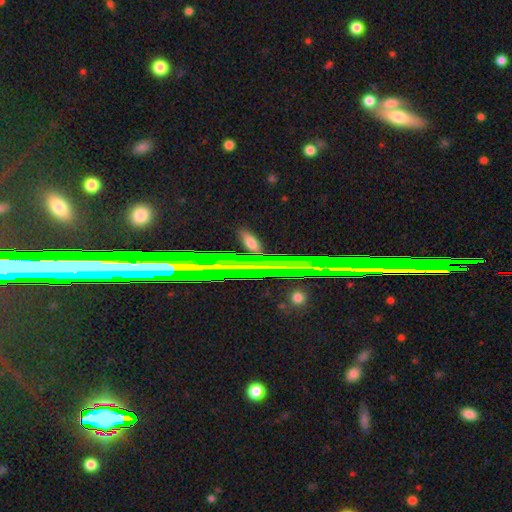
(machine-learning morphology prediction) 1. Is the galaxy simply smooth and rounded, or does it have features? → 67% star or artifact, 21% featured or disk, 11% smooth.